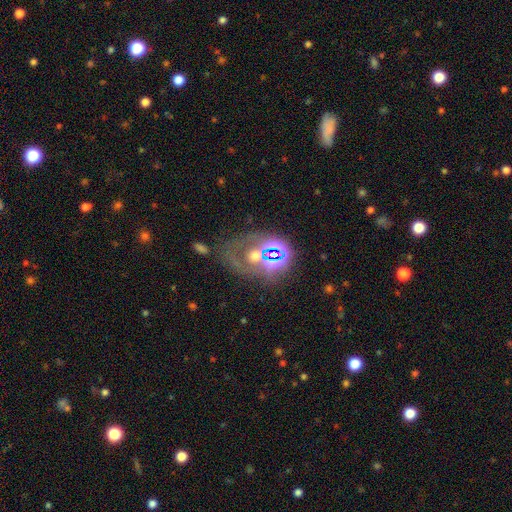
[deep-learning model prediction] The model was most divided on "smooth or featured": star or artifact: 44%, smooth: 29%, featured or disk: 27%.